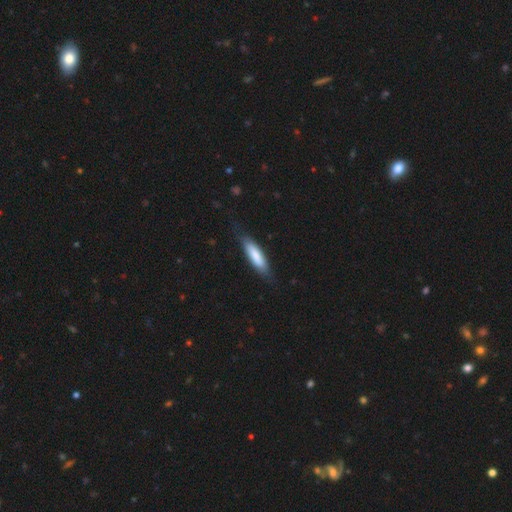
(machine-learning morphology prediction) Q: Smooth or featured?
A: smooth (76%); runner-up: featured or disk (19%)
Q: How rounded?
A: cigar-shaped (58%); runner-up: in between (41%)
Q: Merging?
A: none (74%); runner-up: minor disturbance (19%)